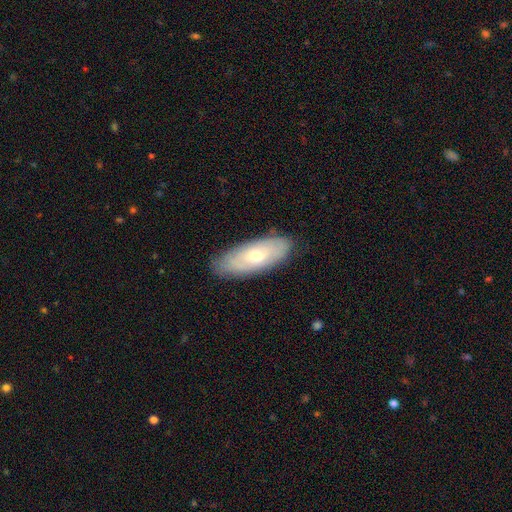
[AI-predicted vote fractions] smooth 51%, featured or disk 42%, star or artifact 7%. Down the decision tree: how rounded — in between (76%); merging — none (83%).